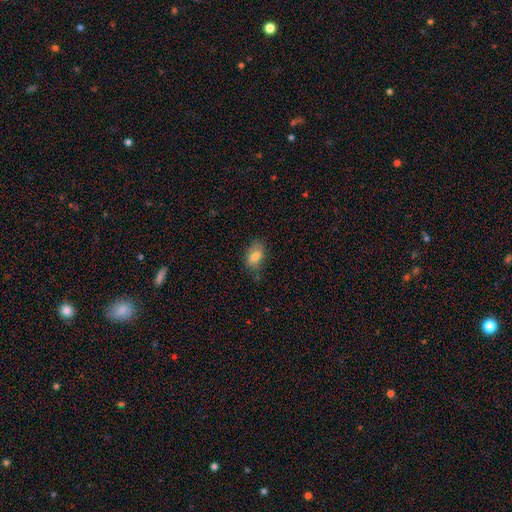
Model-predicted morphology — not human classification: Smooth or featured? Predicted: smooth (p=0.80). How rounded? Predicted: in between (p=0.88). Merging? Predicted: none (p=0.71).